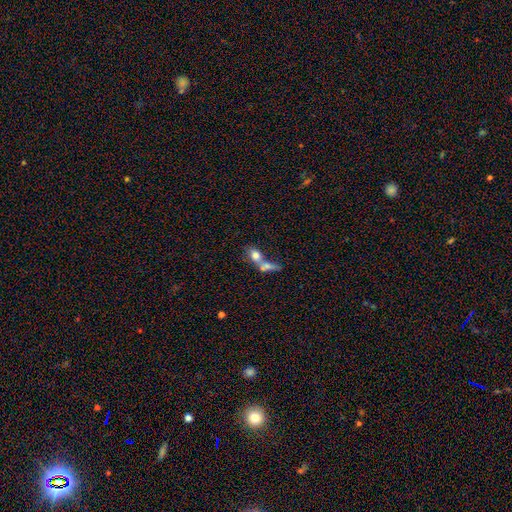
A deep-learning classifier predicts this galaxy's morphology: Smooth or featured: smooth — 71% (featured or disk — 20%)
How rounded: in between — 64% (round — 27%)
Merging: merger — 71% (none — 16%)